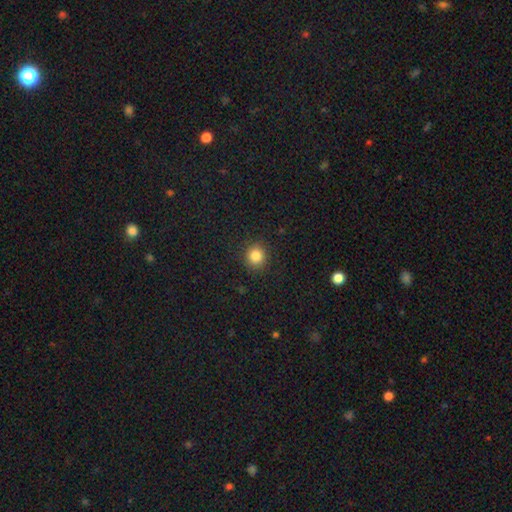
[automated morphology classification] This is clearly a smooth galaxy (84%). How rounded: clearly round (88%). Merging: clearly none (90%).